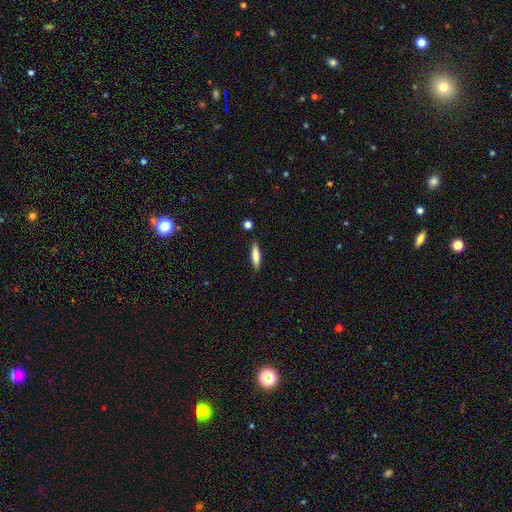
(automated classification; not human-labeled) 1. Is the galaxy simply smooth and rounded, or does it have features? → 79% smooth, 14% featured or disk, 6% star or artifact.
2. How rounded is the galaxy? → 77% cigar-shaped, 21% in between, 2% round.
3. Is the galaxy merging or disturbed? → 86% none, 9% minor disturbance, 2% merger, 2% major disturbance.